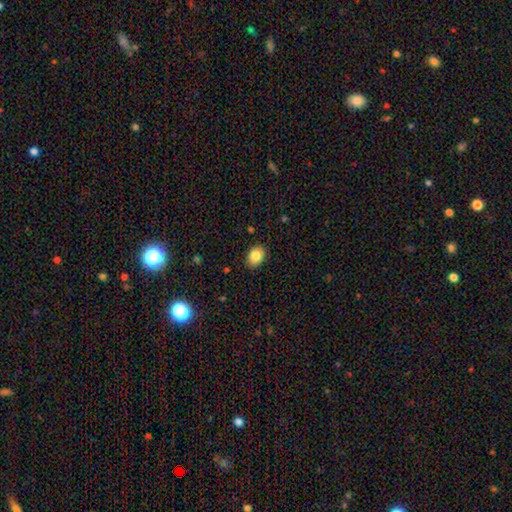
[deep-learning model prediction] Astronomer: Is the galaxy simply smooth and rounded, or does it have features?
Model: smooth — 84%.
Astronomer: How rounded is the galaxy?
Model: in between — 70%.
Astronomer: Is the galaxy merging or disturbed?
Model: none — 87%.